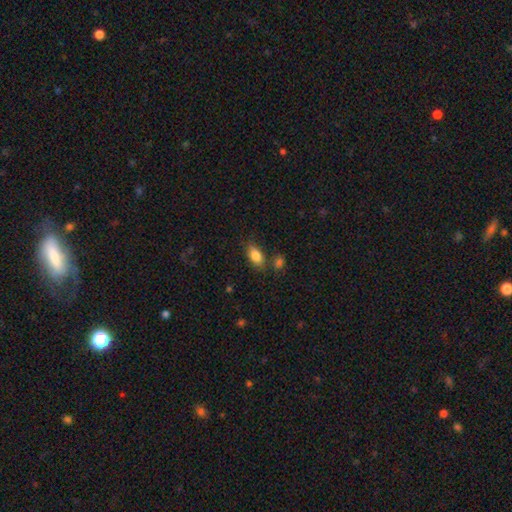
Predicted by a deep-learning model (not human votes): This is clearly a smooth galaxy (84%). How rounded: clearly in between (89%). Merging: likely none (71%).